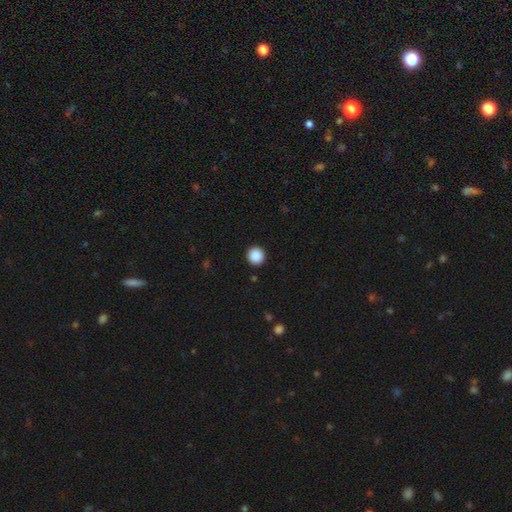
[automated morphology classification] A smooth galaxy with no disk features (89%) that is round (95%). Merging: none (93%).